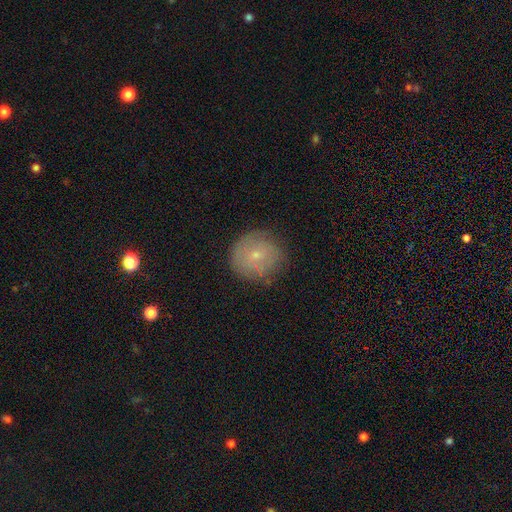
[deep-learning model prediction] Smooth or featured: smooth — 57% (featured or disk — 33%)
How rounded: round — 89% (in between — 10%)
Merging: none — 76% (minor disturbance — 17%)